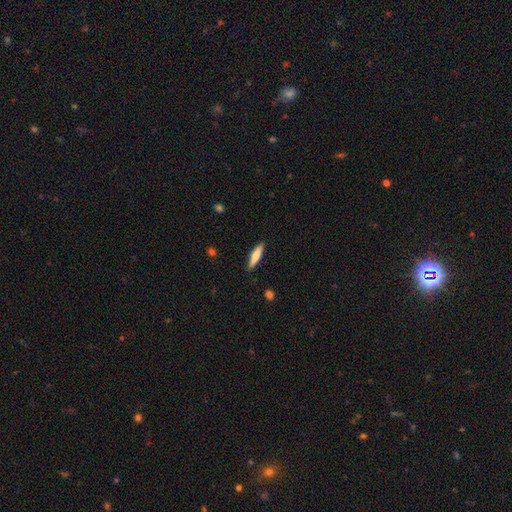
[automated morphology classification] This appears to be a smooth galaxy with no disk features (66%) that is cigar-shaped (80%). Merging: none (89%).